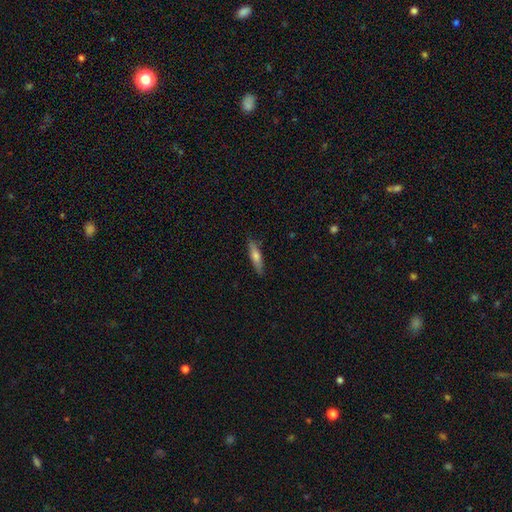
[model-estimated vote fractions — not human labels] A smooth galaxy with no disk features (56%) that is cigar-shaped (80%).

Vote fractions:
- Smooth or featured? smooth: 56% / featured or disk: 38% / star or artifact: 7%
- How rounded? cigar-shaped: 80% / in between: 18% / round: 2%
- Merging? none: 87% / minor disturbance: 10% / major disturbance: 2% / merger: 1%